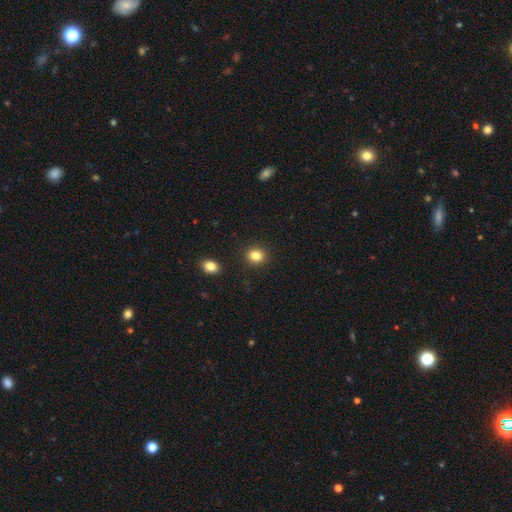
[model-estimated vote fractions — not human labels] smooth-or-featured: smooth: 83% | star or artifact: 11% | featured or disk: 5%
  how-rounded: round: 79% | in between: 20% | cigar-shaped: 1%
  merging: none: 91% | minor disturbance: 5% | major disturbance: 2% | merger: 2%